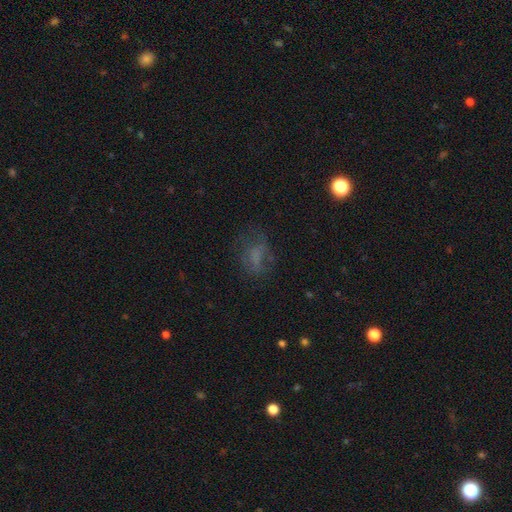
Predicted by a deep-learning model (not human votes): smooth-or-featured: smooth: 49% | featured or disk: 29% | star or artifact: 22%
  merging: none: 57% | major disturbance: 21% | minor disturbance: 20% | merger: 2%